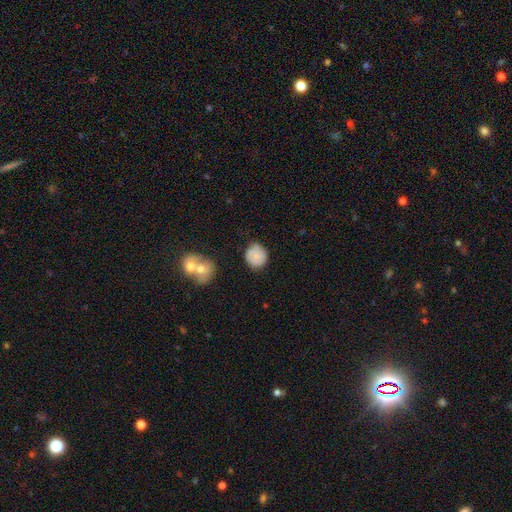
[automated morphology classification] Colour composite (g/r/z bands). It shows a smooth galaxy with no disk features (79%) that is round (81%). Merging: none (74%).